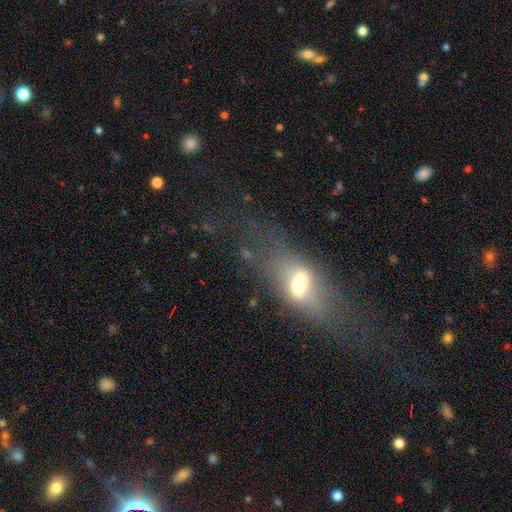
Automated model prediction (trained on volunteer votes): smooth_or_featured: smooth (p=0.44) [alt: featured or disk p=0.37]
merging: none (p=0.59) [alt: minor disturbance p=0.20]